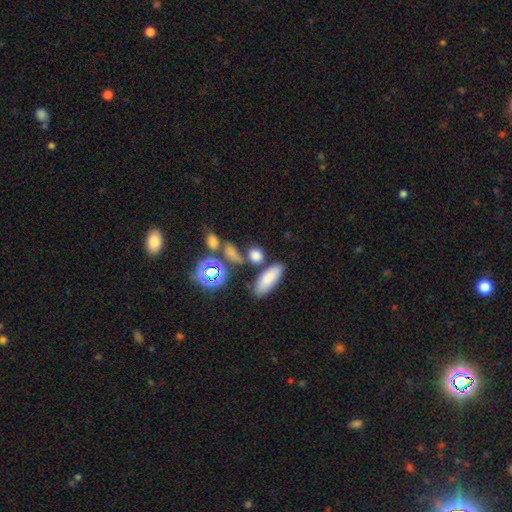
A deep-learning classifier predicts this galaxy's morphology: smooth-or-featured: smooth: 74% | star or artifact: 17% | featured or disk: 9%
  how-rounded: in between: 54% | round: 31% | cigar-shaped: 15%
  merging: none: 63% | merger: 19% | minor disturbance: 13% | major disturbance: 6%